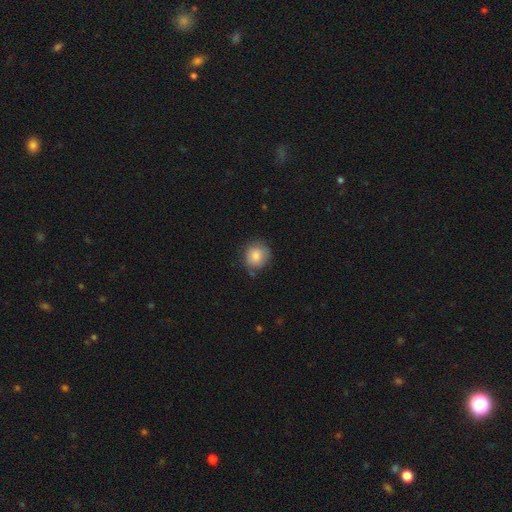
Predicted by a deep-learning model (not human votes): Overall: smooth (84%). How rounded: round (85%). Merging: none (75%).